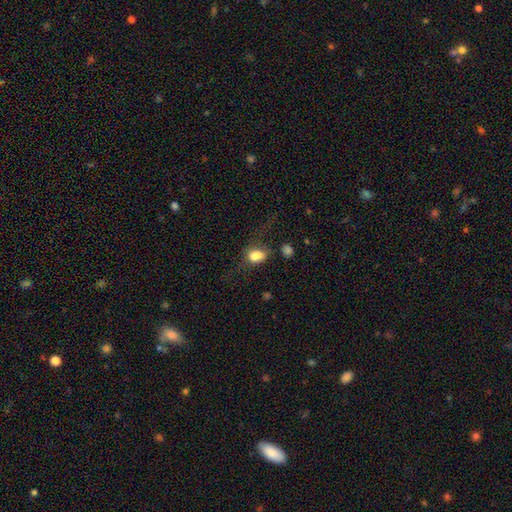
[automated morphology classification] Smooth or featured? Predicted: smooth (p=0.79). How rounded? Predicted: in between (p=0.74). Merging? Predicted: none (p=0.40).